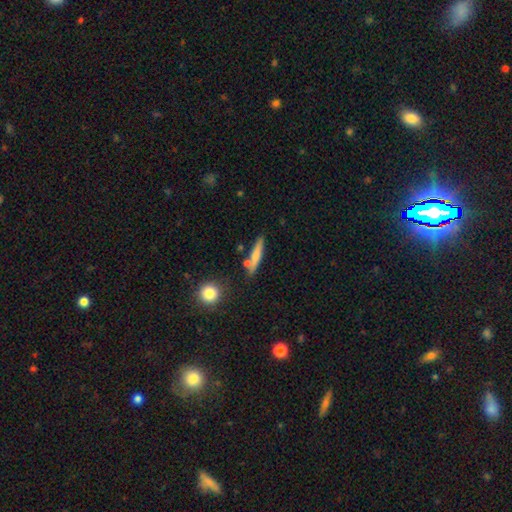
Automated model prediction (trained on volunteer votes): This appears to be a smooth galaxy with no disk features (66%) that is cigar-shaped (87%). Merging: none (74%).